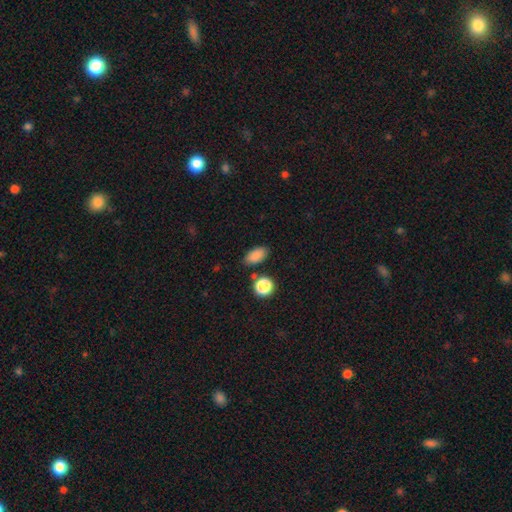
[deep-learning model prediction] This is clearly a smooth galaxy (85%). How rounded: clearly in between (88%). Merging: likely none (79%).